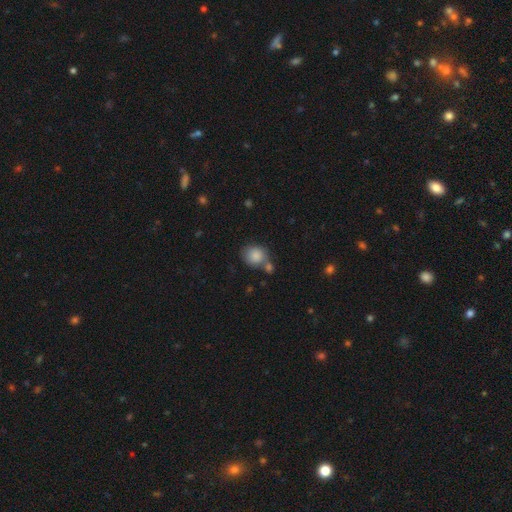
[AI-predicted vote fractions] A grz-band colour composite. It shows a smooth galaxy with no disk features (86%) that is round (77%). Merging: none (56%).